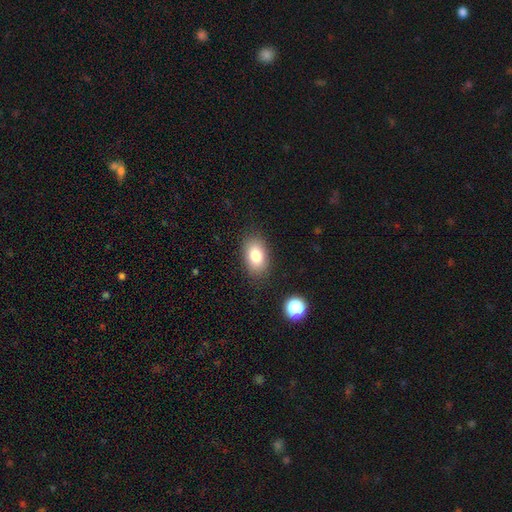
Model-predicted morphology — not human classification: Smooth or featured?
  - smooth: 81% *
  - featured or disk: 10%
  - star or artifact: 9%
How rounded?
  - in between: 88% *
  - round: 11%
  - cigar-shaped: 1%
Merging?
  - none: 85% *
  - minor disturbance: 10%
  - major disturbance: 3%
  - merger: 2%